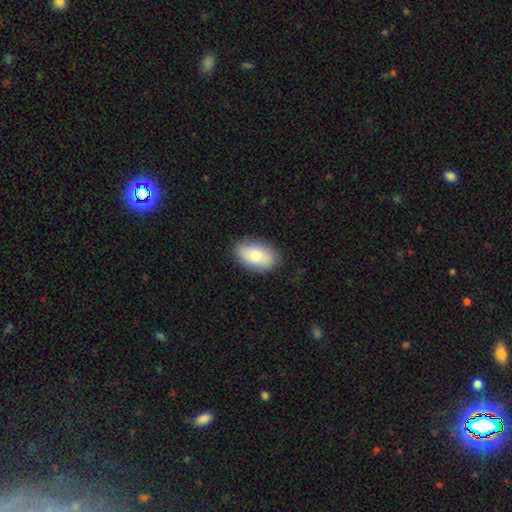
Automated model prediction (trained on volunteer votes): Smooth or featured: smooth — 78% (featured or disk — 16%)
How rounded: in between — 92% (round — 6%)
Merging: none — 85% (minor disturbance — 11%)